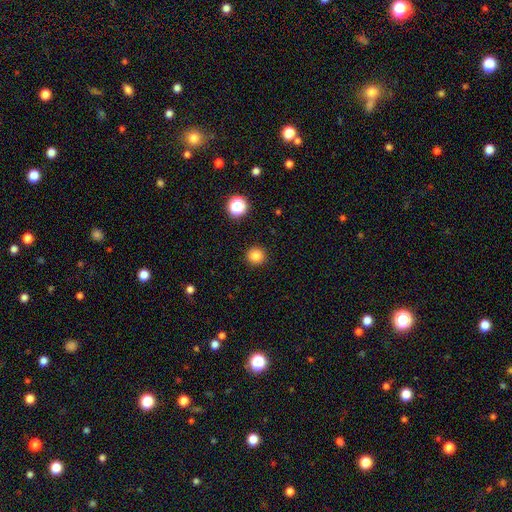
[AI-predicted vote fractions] This is clearly a smooth galaxy (83%). How rounded: clearly round (94%). Merging: clearly none (92%).